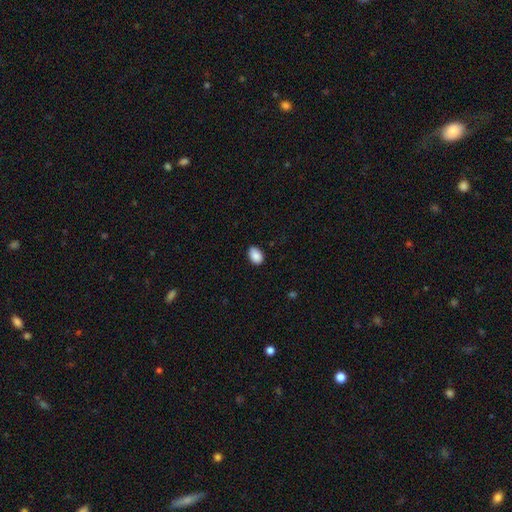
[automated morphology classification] Smooth or featured?
  - smooth: 89% *
  - star or artifact: 8%
  - featured or disk: 3%
How rounded?
  - in between: 85% *
  - round: 14%
  - cigar-shaped: 1%
Merging?
  - none: 83% *
  - minor disturbance: 14%
  - major disturbance: 2%
  - merger: 1%